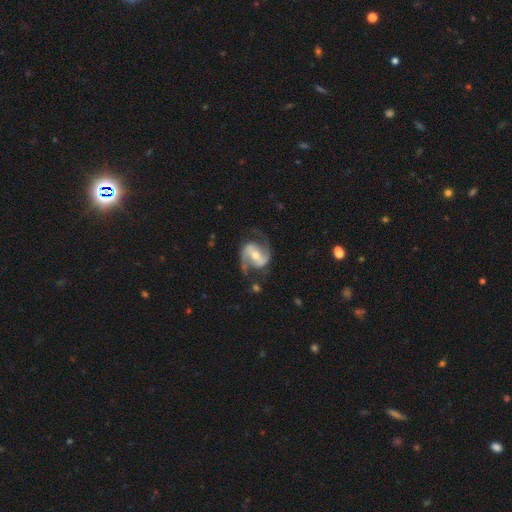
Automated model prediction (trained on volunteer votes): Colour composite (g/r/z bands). It shows a featured or disk galaxy (88%) with a strong bar (42%), 2 (93%) medium (54%) spiral arms (96%) and a moderate central bulge (59%). Merging: none (74%).